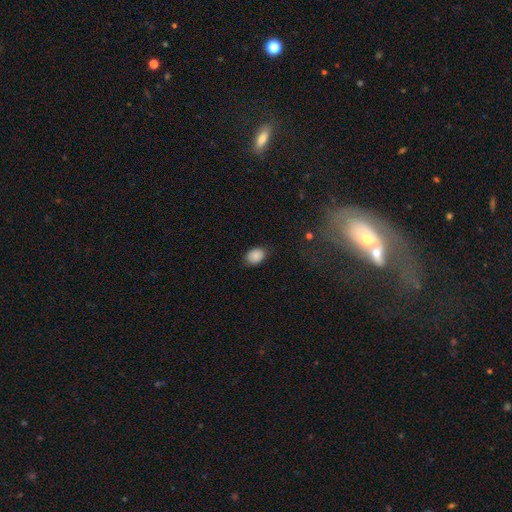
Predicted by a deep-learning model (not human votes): Morphology: type=smooth (88%); roundness=in between (71%); merging=none (82%).